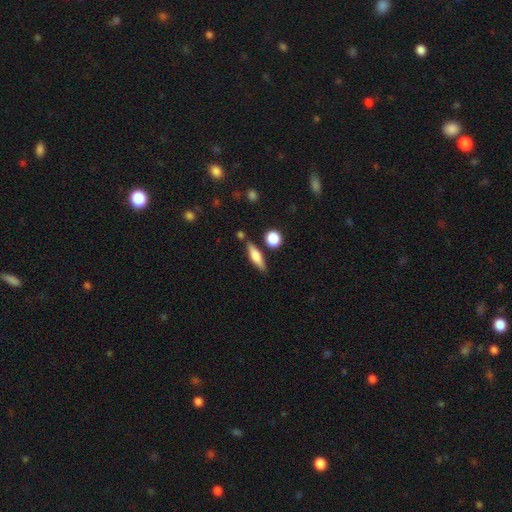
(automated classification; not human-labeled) This appears to be a smooth galaxy with no disk features (59%) that is cigar-shaped (59%). Merging: none (79%).